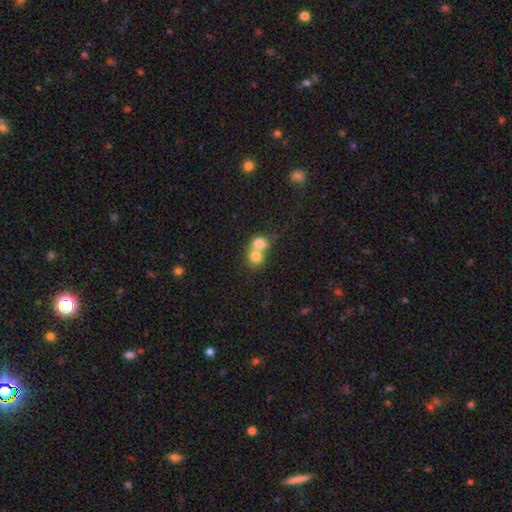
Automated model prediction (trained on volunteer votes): Smooth or featured: smooth — 76% (featured or disk — 14%)
How rounded: round — 73% (in between — 26%)
Merging: merger — 70% (none — 23%)